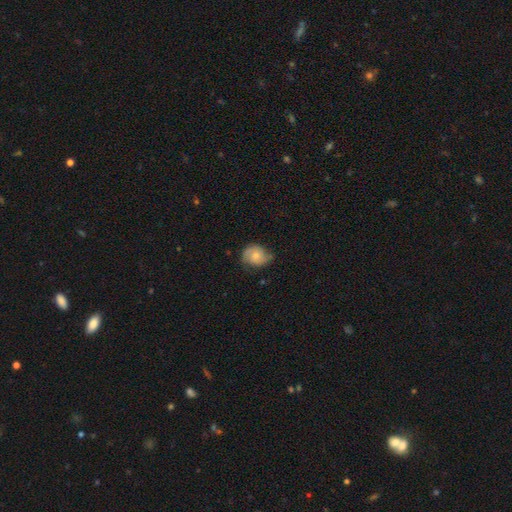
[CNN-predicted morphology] A smooth galaxy with no disk features (53%) that is round (58%). Merging: none (60%).